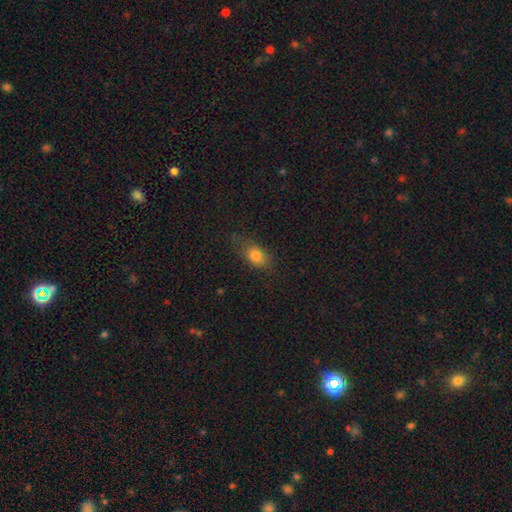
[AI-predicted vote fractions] smooth_or_featured: smooth (p=0.79) [alt: featured or disk p=0.11]
how_rounded: in between (p=0.77) [alt: round p=0.17]
merging: none (p=0.63) [alt: minor disturbance p=0.25]